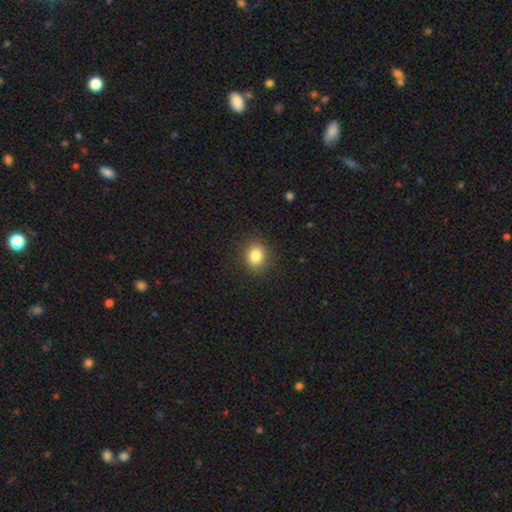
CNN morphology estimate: Smooth or featured? Predicted: smooth (p=0.84). How rounded? Predicted: round (p=0.67). Merging? Predicted: none (p=0.89).